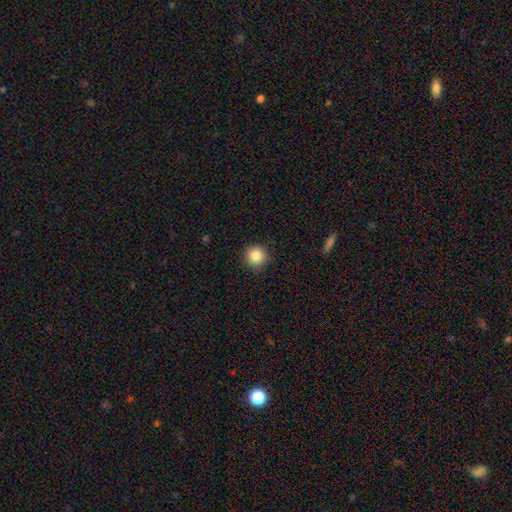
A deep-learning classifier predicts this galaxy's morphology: Smooth or featured? Predicted: smooth (p=0.86). How rounded? Predicted: round (p=0.95). Merging? Predicted: none (p=0.90).